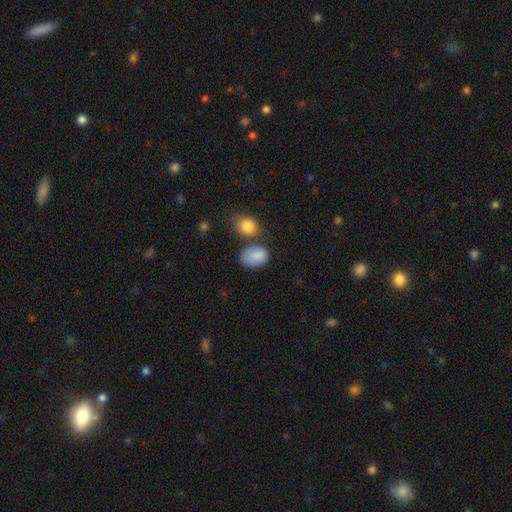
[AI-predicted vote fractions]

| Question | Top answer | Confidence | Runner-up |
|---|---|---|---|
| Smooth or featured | smooth | 88% | star or artifact (7%) |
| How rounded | in between | 81% | round (18%) |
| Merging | none | 58% | minor disturbance (20%) |